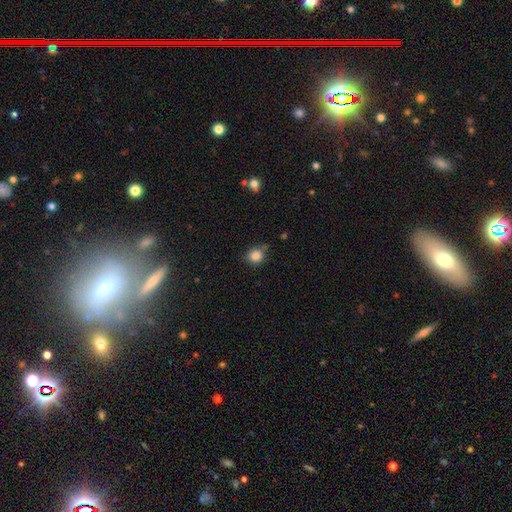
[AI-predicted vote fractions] This is clearly a smooth galaxy (85%). How rounded: clearly round (83%). Merging: likely none (68%).